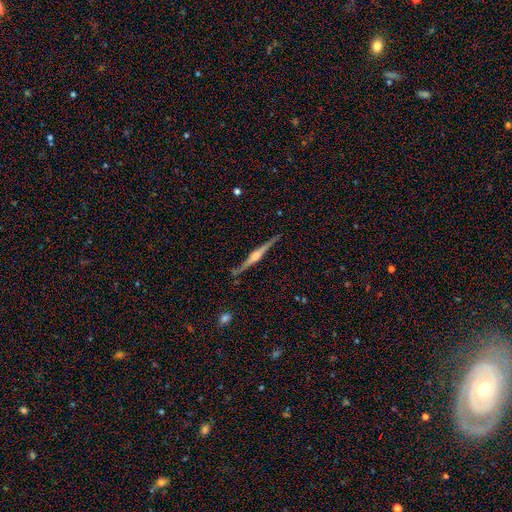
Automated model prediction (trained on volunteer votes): Smooth or featured? Predicted: featured or disk (p=0.84). Edge-on disk? Predicted: yes (p=0.98). Edge-on bulge? Predicted: rounded (p=0.74). Merging? Predicted: none (p=0.86).